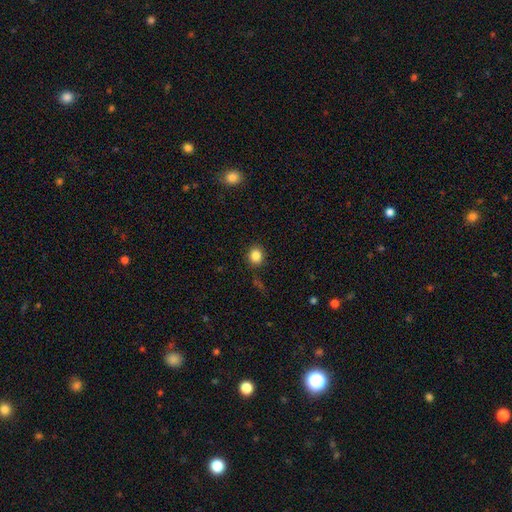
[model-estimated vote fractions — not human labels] A smooth galaxy with no disk features (85%) that is round (79%).

Vote fractions:
- Smooth or featured? smooth: 85% / star or artifact: 10% / featured or disk: 5%
- How rounded? round: 79% / in between: 20% / cigar-shaped: 1%
- Merging? none: 86% / minor disturbance: 9% / major disturbance: 3% / merger: 2%